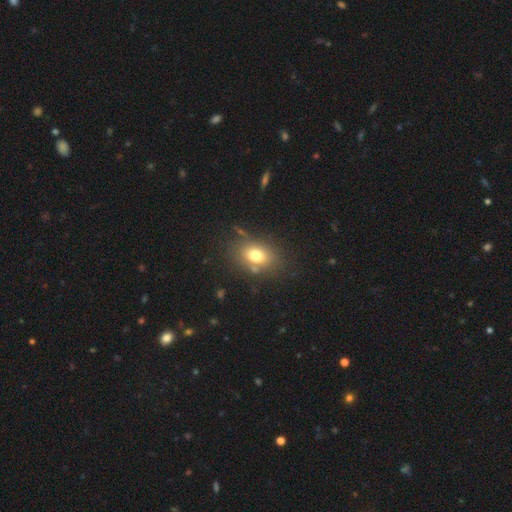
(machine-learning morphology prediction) smooth-or-featured: smooth: 73% | featured or disk: 15% | star or artifact: 12%
  how-rounded: in between: 68% | round: 31% | cigar-shaped: 1%
  merging: none: 74% | minor disturbance: 14% | merger: 7% | major disturbance: 6%